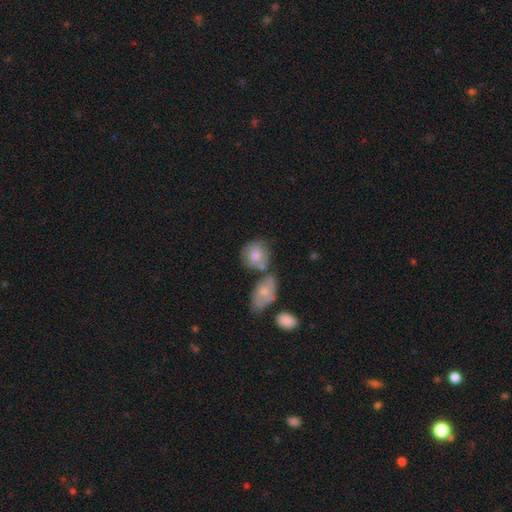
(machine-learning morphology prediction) Smooth or featured? smooth (70%)
How rounded? round (72%)
Merging? none (51%)